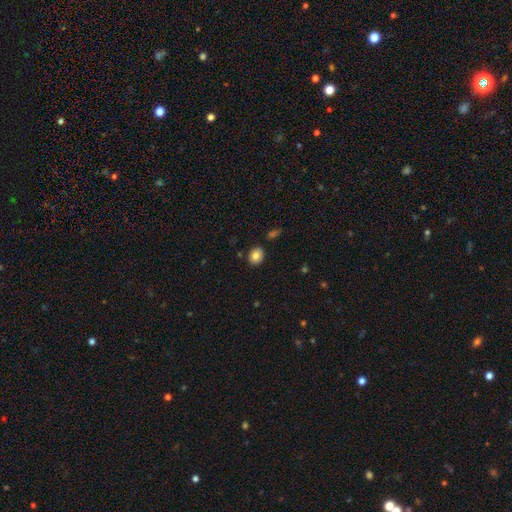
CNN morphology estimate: type=smooth (82%); roundness=round (50%); merging=none (87%).